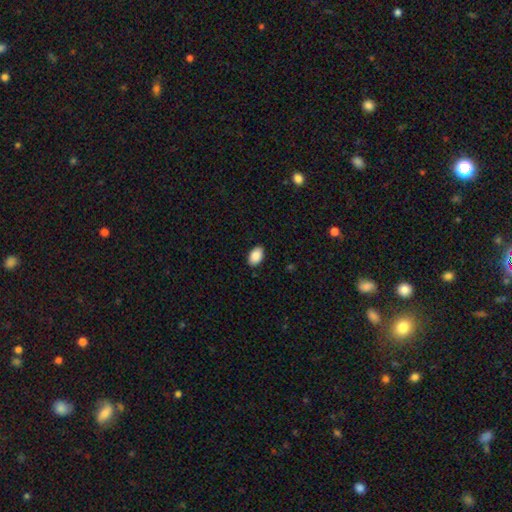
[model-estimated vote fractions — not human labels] This is clearly a smooth galaxy (90%). How rounded: clearly in between (92%). Merging: clearly none (88%).